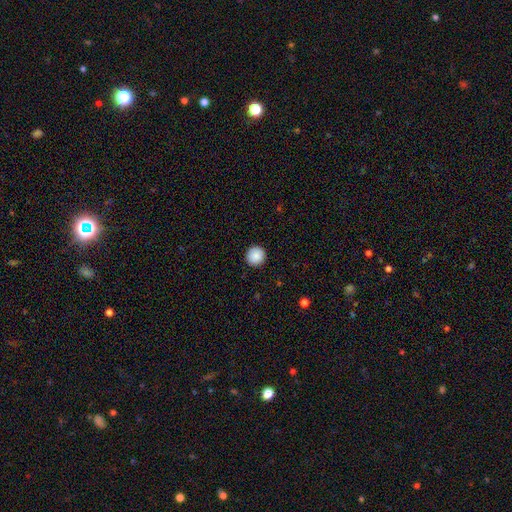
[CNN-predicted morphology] Smooth or featured?
  - smooth: 89% *
  - star or artifact: 8%
  - featured or disk: 3%
How rounded?
  - round: 96% *
  - in between: 3%
  - cigar-shaped: 1%
Merging?
  - none: 93% *
  - minor disturbance: 4%
  - major disturbance: 2%
  - merger: 1%